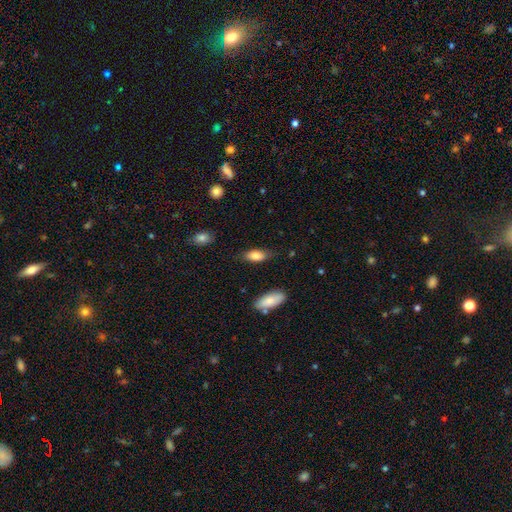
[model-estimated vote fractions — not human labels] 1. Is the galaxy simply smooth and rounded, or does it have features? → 81% smooth, 12% featured or disk, 7% star or artifact.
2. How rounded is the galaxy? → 86% in between, 11% cigar-shaped, 3% round.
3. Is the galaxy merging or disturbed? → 77% none, 17% minor disturbance, 4% major disturbance, 2% merger.